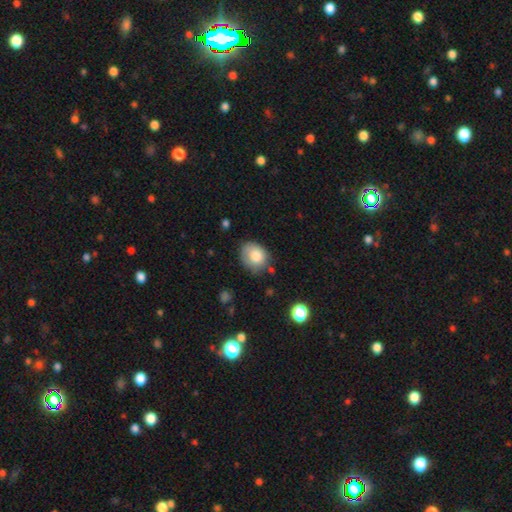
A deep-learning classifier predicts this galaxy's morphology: smooth_or_featured: smooth (p=0.81) [alt: featured or disk p=0.11]
how_rounded: round (p=0.51) [alt: in between p=0.48]
merging: none (p=0.62) [alt: minor disturbance p=0.28]